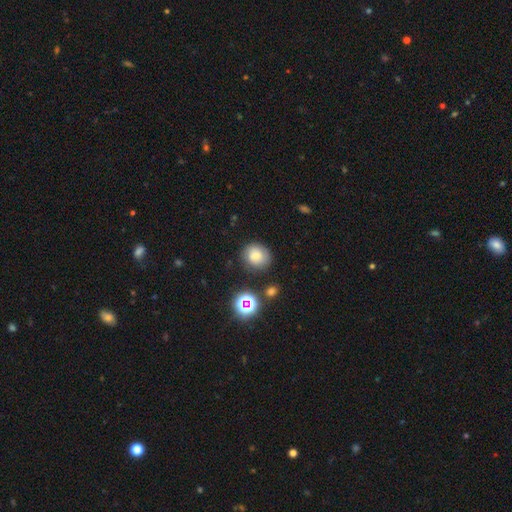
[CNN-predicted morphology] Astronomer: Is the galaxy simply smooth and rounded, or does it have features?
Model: smooth — 76%.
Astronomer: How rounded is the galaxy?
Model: round — 74%.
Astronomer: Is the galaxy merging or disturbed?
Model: none — 76%.